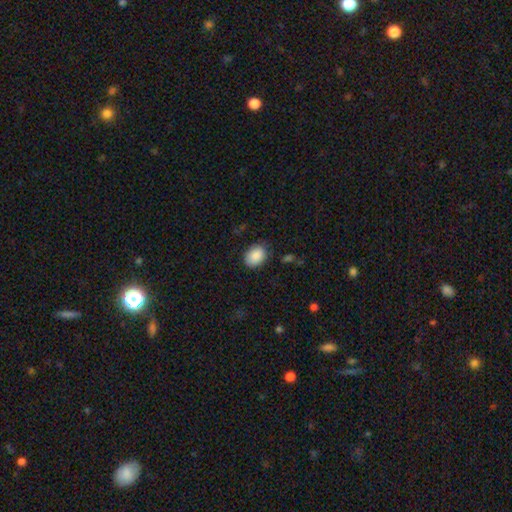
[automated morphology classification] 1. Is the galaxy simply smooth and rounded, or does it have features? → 89% smooth, 7% star or artifact, 4% featured or disk.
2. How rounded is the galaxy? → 71% in between, 28% round, 1% cigar-shaped.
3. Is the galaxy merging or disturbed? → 77% none, 17% minor disturbance, 4% major disturbance, 2% merger.